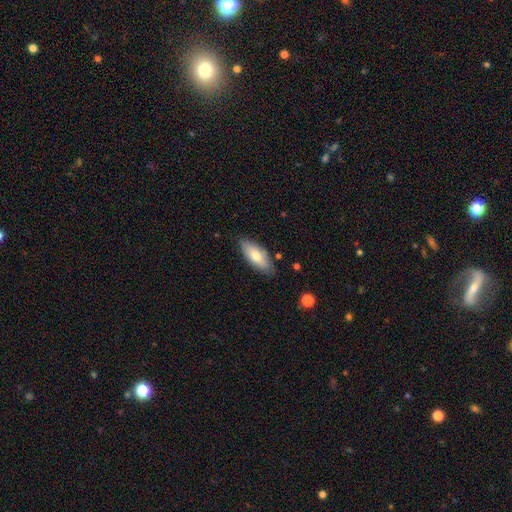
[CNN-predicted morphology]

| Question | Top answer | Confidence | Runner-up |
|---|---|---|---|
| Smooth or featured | smooth | 72% | featured or disk (22%) |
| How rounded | in between | 81% | cigar-shaped (17%) |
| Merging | none | 81% | minor disturbance (14%) |